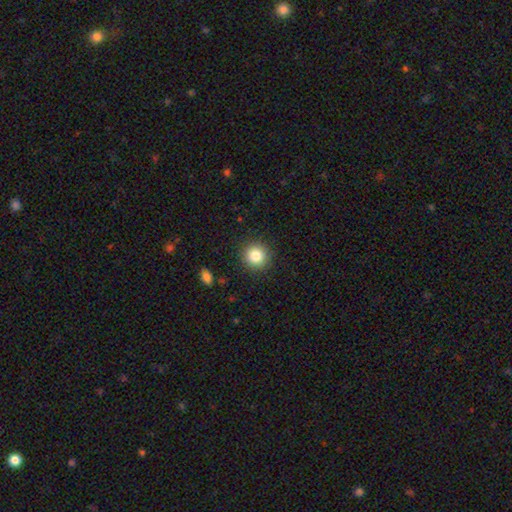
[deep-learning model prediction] Q: Smooth or featured?
A: smooth (84%); runner-up: star or artifact (10%)
Q: How rounded?
A: round (93%); runner-up: in between (6%)
Q: Merging?
A: none (91%); runner-up: minor disturbance (6%)